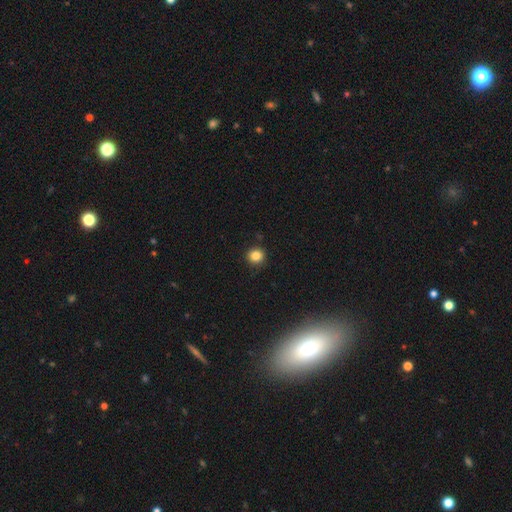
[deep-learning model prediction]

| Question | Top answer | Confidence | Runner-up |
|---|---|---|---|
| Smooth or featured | smooth | 84% | star or artifact (12%) |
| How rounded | round | 90% | in between (9%) |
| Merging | none | 90% | minor disturbance (7%) |